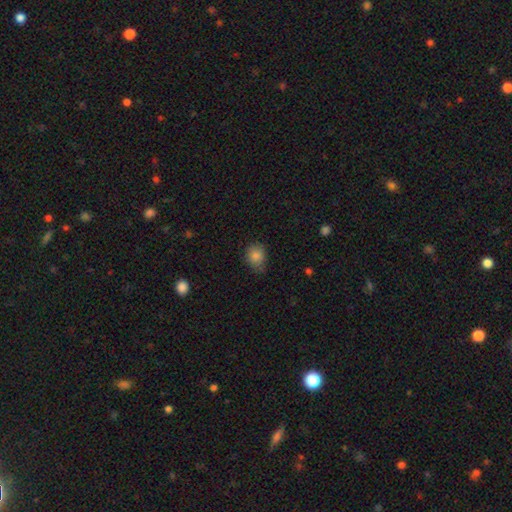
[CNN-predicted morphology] Smooth or featured?
  - smooth: 83% *
  - star or artifact: 10%
  - featured or disk: 7%
How rounded?
  - round: 59% *
  - in between: 40%
  - cigar-shaped: 1%
Merging?
  - none: 66% *
  - minor disturbance: 27%
  - major disturbance: 5%
  - merger: 1%